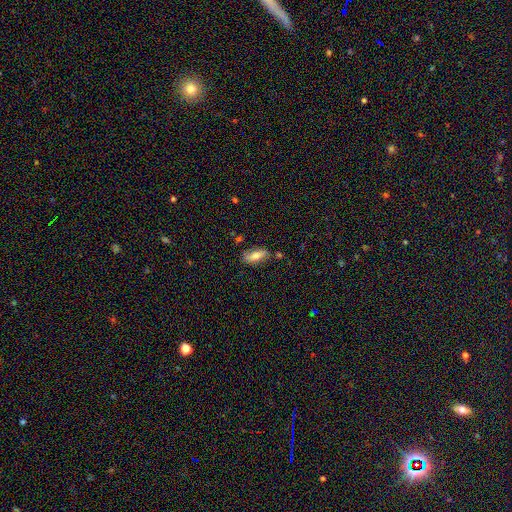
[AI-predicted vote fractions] Smooth or featured?
  - smooth: 65% *
  - featured or disk: 27%
  - star or artifact: 8%
How rounded?
  - in between: 76% *
  - cigar-shaped: 21%
  - round: 3%
Merging?
  - none: 73% *
  - minor disturbance: 19%
  - merger: 4%
  - major disturbance: 4%